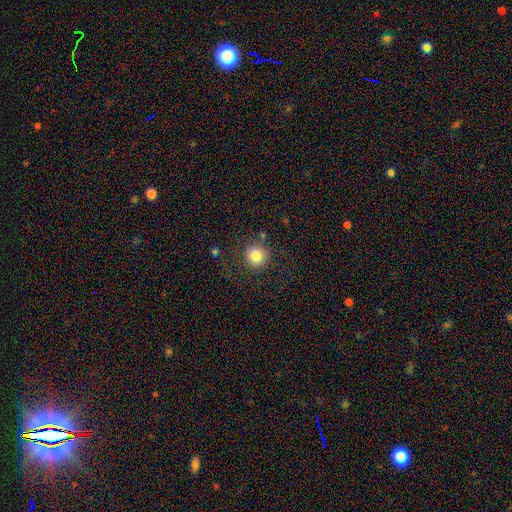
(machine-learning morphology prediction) Smooth or featured?
  - smooth: 82% *
  - star or artifact: 11%
  - featured or disk: 7%
How rounded?
  - round: 94% *
  - in between: 5%
  - cigar-shaped: 1%
Merging?
  - none: 84% *
  - minor disturbance: 9%
  - major disturbance: 5%
  - merger: 3%